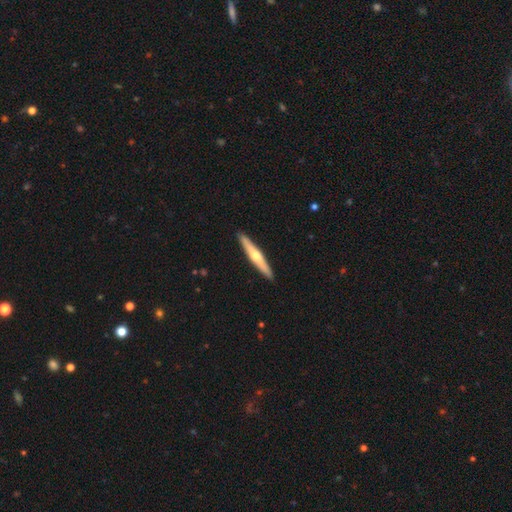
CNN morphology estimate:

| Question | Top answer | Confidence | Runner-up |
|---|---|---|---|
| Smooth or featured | featured or disk | 56% | smooth (39%) |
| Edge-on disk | yes | 95% | no (5%) |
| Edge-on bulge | rounded | 86% | none (11%) |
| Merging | none | 92% | minor disturbance (6%) |